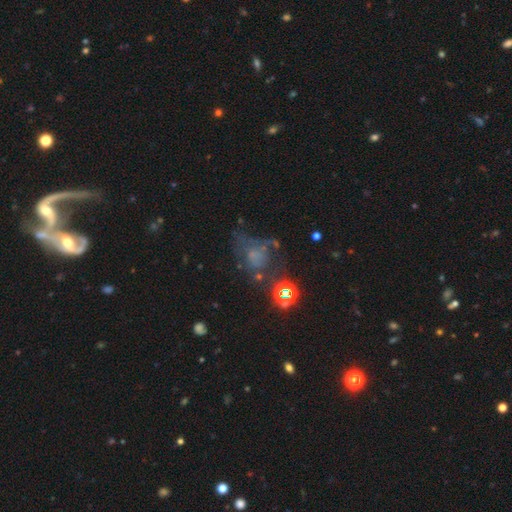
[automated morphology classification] This is marginally a smooth galaxy (35%). Merging: marginally none (37%).